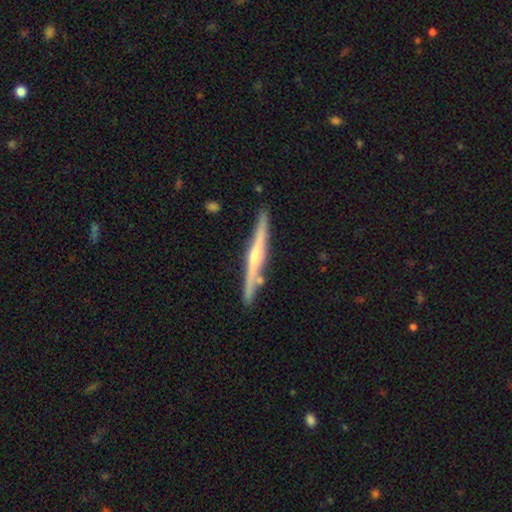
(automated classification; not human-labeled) smooth_or_featured: featured or disk (p=0.71) [alt: smooth p=0.23]
disk_edge_on: yes (p=0.97) [alt: no p=0.03]
edge_on_bulge: rounded (p=0.74) [alt: none p=0.18]
merging: none (p=0.84) [alt: minor disturbance p=0.10]